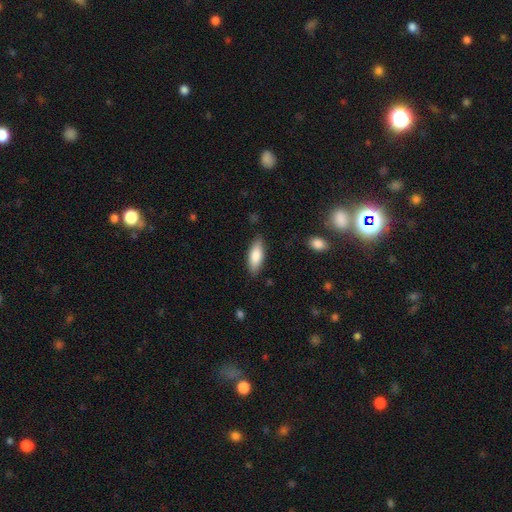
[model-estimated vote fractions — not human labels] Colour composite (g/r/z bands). It shows a smooth galaxy with no disk features (83%) that is in between round and cigar-shaped (71%). Merging: none (83%).